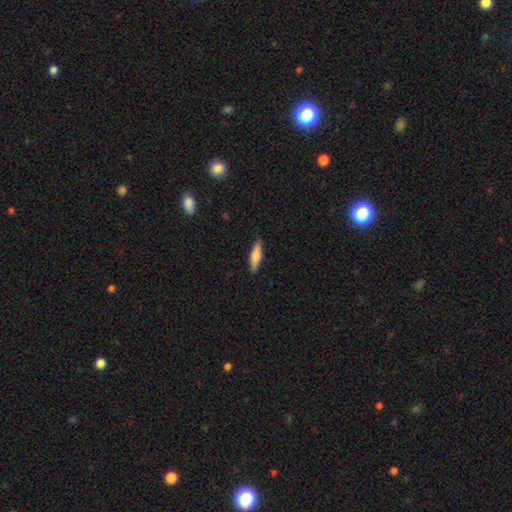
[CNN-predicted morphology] A smooth galaxy with no disk features (66%) that is cigar-shaped (71%). Merging: none (87%).